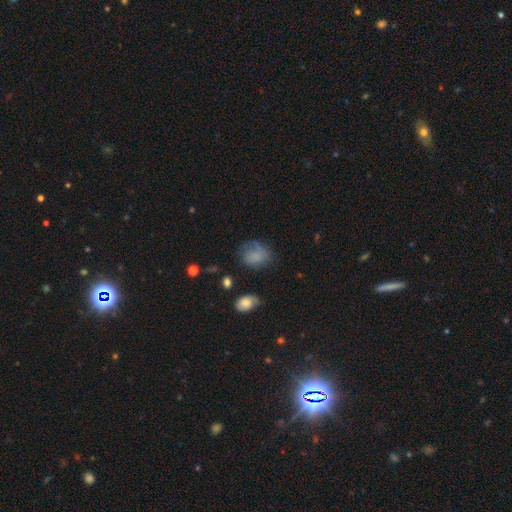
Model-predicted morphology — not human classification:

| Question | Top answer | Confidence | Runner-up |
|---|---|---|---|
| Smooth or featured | smooth | 67% | featured or disk (22%) |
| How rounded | in between | 56% | round (43%) |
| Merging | none | 43% | minor disturbance (29%) |